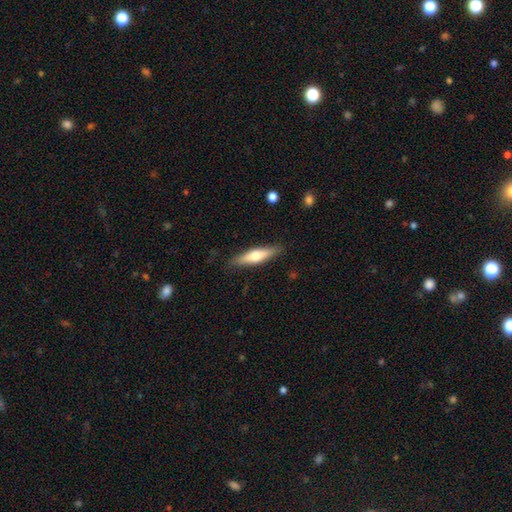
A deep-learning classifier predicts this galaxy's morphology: Smooth or featured? Predicted: smooth (p=0.52). How rounded? Predicted: cigar-shaped (p=0.72). Merging? Predicted: none (p=0.87).